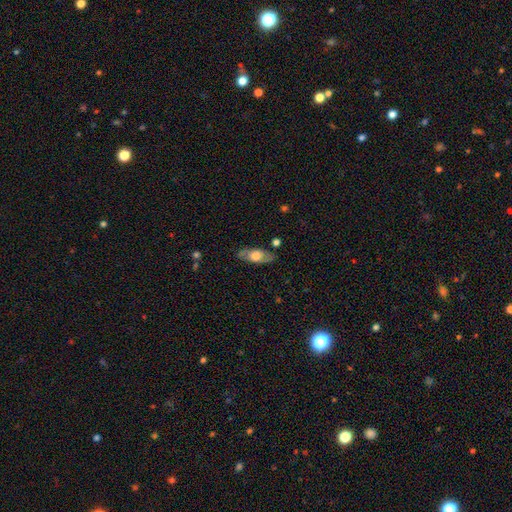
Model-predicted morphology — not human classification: This is possibly a smooth galaxy (47%). Merging: likely none (79%).